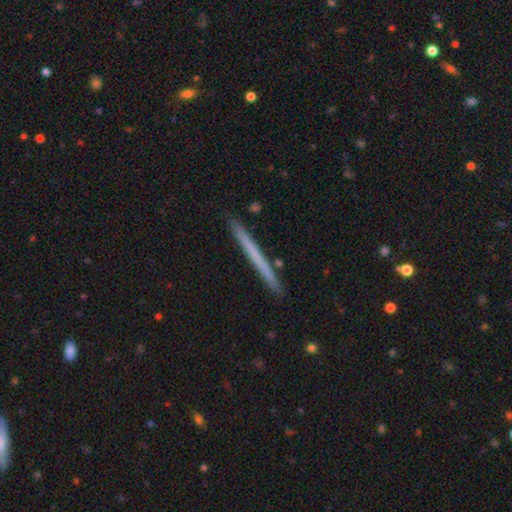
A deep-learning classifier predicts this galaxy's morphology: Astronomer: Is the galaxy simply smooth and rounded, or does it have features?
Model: smooth — 54% (runner-up: featured or disk, 41%).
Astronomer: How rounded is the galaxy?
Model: cigar-shaped — 97%.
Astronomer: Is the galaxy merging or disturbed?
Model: none — 92%.